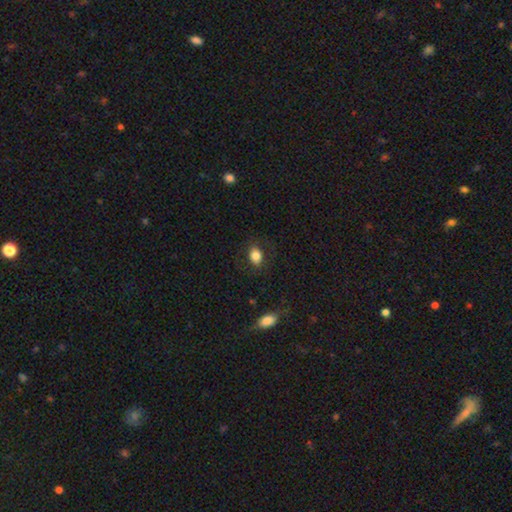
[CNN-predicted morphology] smooth-or-featured: smooth: 82% | featured or disk: 10% | star or artifact: 8%
  how-rounded: in between: 76% | round: 23% | cigar-shaped: 1%
  merging: none: 82% | minor disturbance: 12% | major disturbance: 5% | merger: 1%